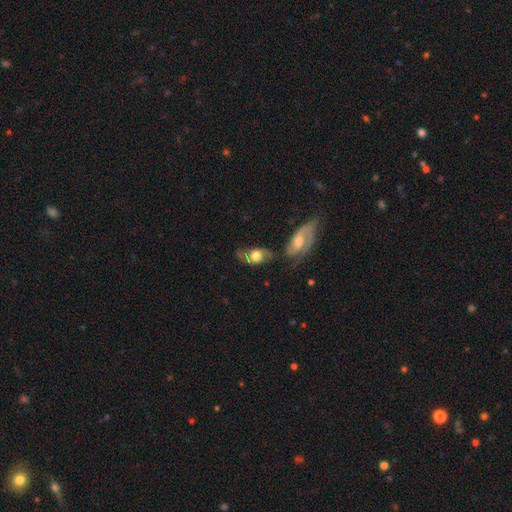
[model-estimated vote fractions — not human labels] smooth_or_featured: featured or disk (p=0.51) [alt: smooth p=0.42]
disk_edge_on: no (p=0.85) [alt: yes p=0.15]
merging: none (p=0.45) [alt: minor disturbance p=0.23]